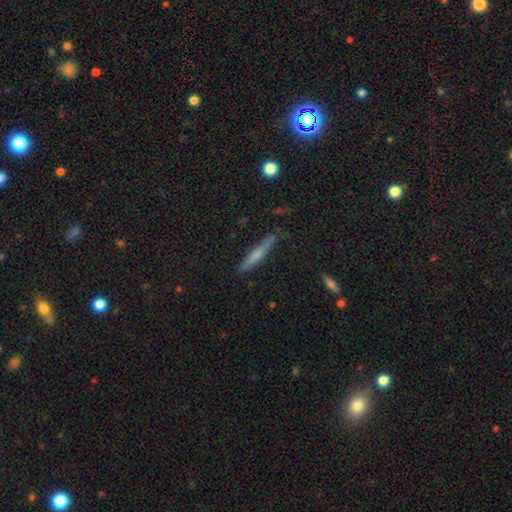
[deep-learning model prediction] This appears to be a smooth galaxy with no disk features (47%). Merging: none (82%).